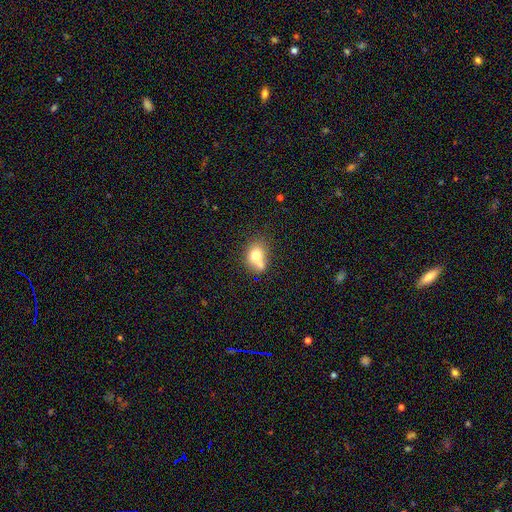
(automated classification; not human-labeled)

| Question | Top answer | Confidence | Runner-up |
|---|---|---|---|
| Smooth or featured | smooth | 71% | featured or disk (19%) |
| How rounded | round | 53% | in between (46%) |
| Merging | merger | 43% | none (39%) |